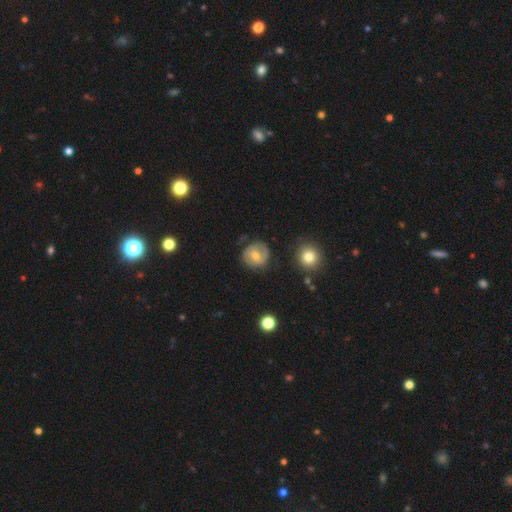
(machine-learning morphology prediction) smooth_or_featured: smooth (p=0.51) [alt: featured or disk p=0.41]
how_rounded: round (p=0.85) [alt: in between p=0.14]
merging: none (p=0.72) [alt: minor disturbance p=0.19]